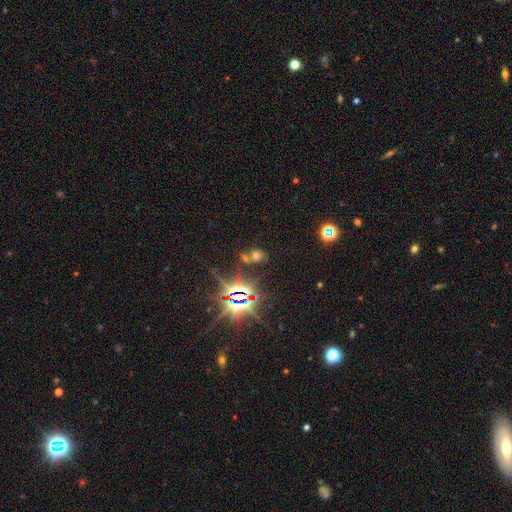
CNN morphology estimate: smooth-or-featured: star or artifact: 50% | smooth: 35% | featured or disk: 15%